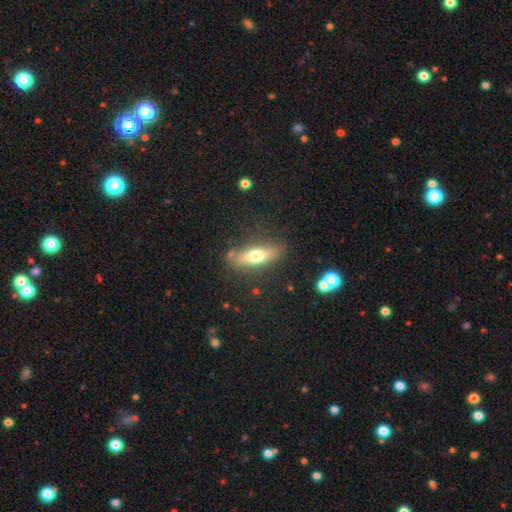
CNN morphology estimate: smooth 62%, featured or disk 30%, star or artifact 8%. Down the decision tree: how rounded — in between (50%); merging — none (79%).